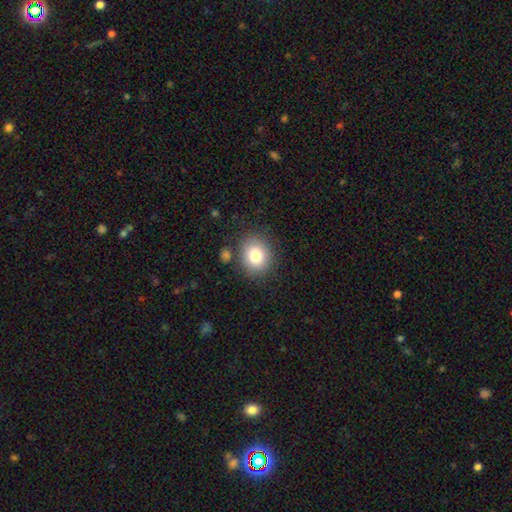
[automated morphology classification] A smooth galaxy with no disk features (80%) that is round (66%).

Vote fractions:
- Smooth or featured? smooth: 80% / star or artifact: 10% / featured or disk: 10%
- How rounded? round: 66% / in between: 33% / cigar-shaped: 1%
- Merging? none: 82% / minor disturbance: 10% / merger: 4% / major disturbance: 4%